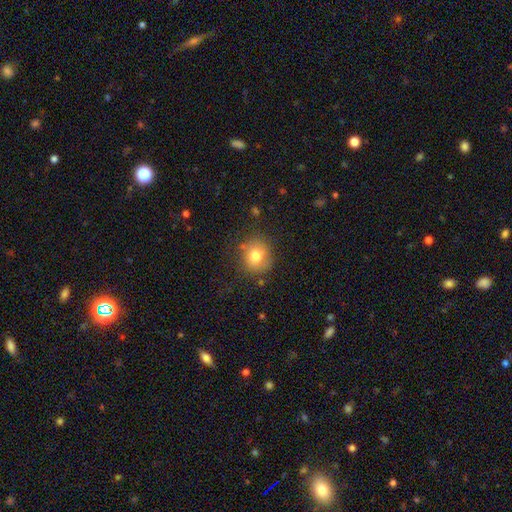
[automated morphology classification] Smooth or featured?
  - smooth: 78% *
  - featured or disk: 12%
  - star or artifact: 10%
How rounded?
  - round: 79% *
  - in between: 20%
  - cigar-shaped: 1%
Merging?
  - none: 77% *
  - minor disturbance: 16%
  - major disturbance: 5%
  - merger: 3%